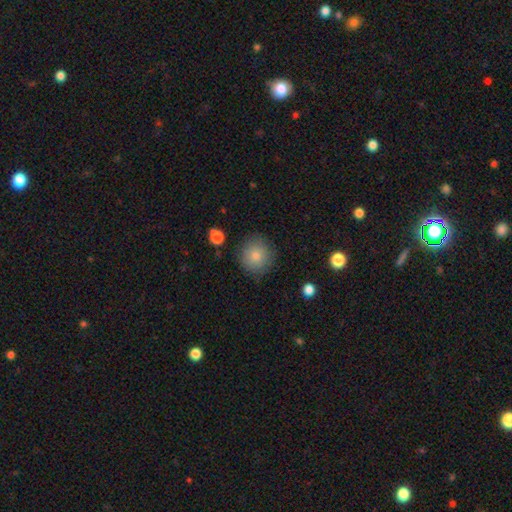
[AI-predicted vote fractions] A smooth galaxy with no disk features (83%) that is round (92%).

Vote fractions:
- Smooth or featured? smooth: 83% / star or artifact: 9% / featured or disk: 8%
- How rounded? round: 92% / in between: 7% / cigar-shaped: 1%
- Merging? none: 85% / minor disturbance: 10% / major disturbance: 3% / merger: 2%